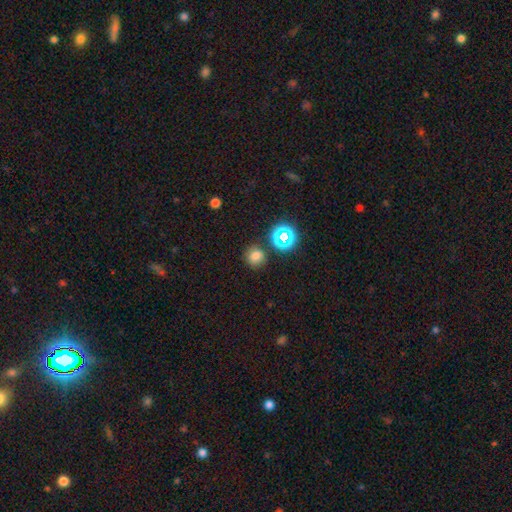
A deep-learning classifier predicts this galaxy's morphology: Smooth or featured?
  - smooth: 71% *
  - star or artifact: 22%
  - featured or disk: 7%
How rounded?
  - round: 86% *
  - in between: 13%
  - cigar-shaped: 1%
Merging?
  - none: 79% *
  - minor disturbance: 11%
  - merger: 6%
  - major disturbance: 4%